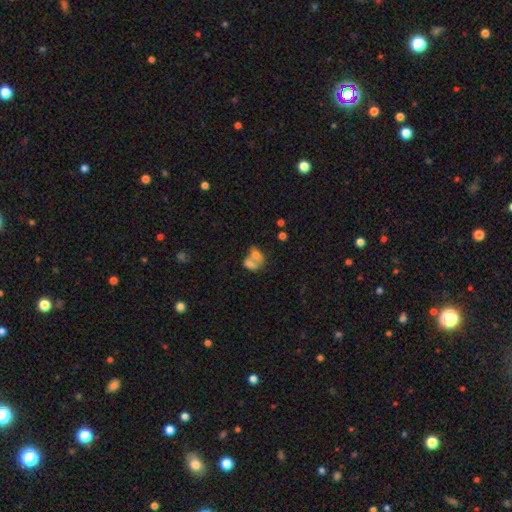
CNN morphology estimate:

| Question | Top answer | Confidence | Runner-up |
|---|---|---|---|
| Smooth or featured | smooth | 67% | featured or disk (23%) |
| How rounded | in between | 72% | round (26%) |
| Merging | merger | 72% | none (16%) |